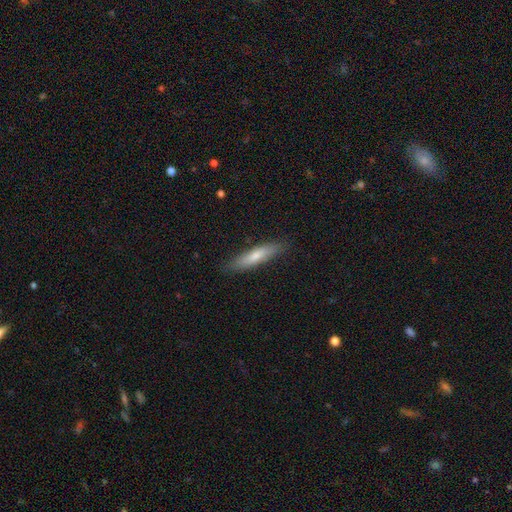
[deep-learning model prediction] Smooth or featured? Predicted: smooth (p=0.66). How rounded? Predicted: cigar-shaped (p=0.85). Merging? Predicted: none (p=0.86).